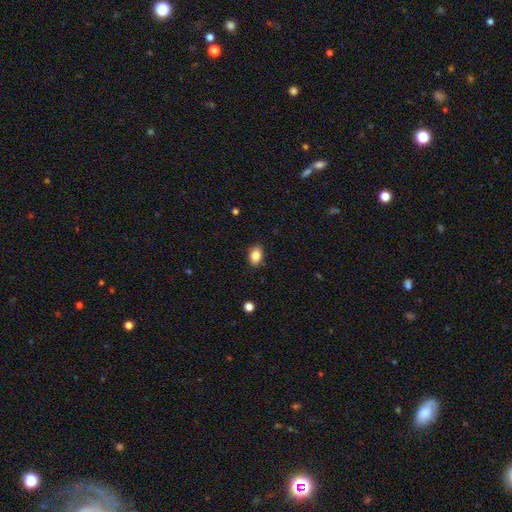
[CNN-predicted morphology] This is clearly a smooth galaxy (86%). How rounded: clearly in between (82%). Merging: clearly none (87%).